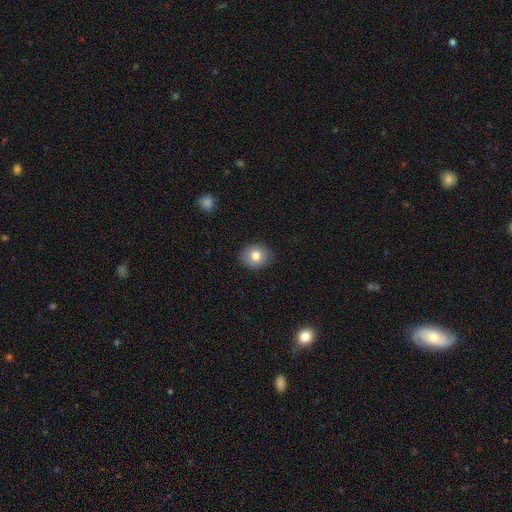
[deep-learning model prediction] This appears to be a smooth galaxy with no disk features (77%) that is round (69%). Merging: none (89%).